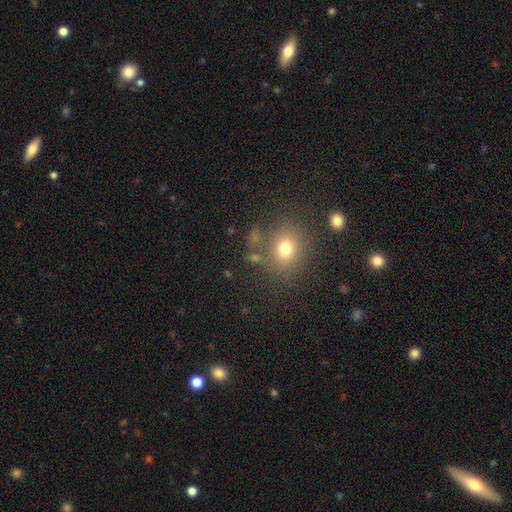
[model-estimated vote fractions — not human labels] Q: Smooth or featured?
A: smooth (70%); runner-up: star or artifact (20%)
Q: How rounded?
A: round (71%); runner-up: in between (28%)
Q: Merging?
A: none (77%); runner-up: minor disturbance (11%)